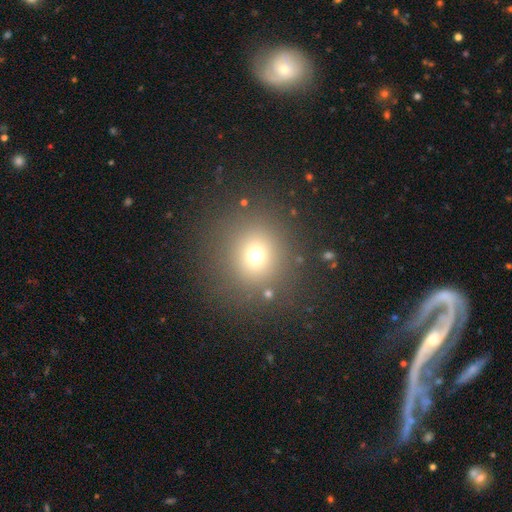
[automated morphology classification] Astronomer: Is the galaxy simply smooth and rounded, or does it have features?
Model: smooth — 68%.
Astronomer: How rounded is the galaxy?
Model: round — 88%.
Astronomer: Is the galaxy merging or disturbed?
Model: none — 84%.